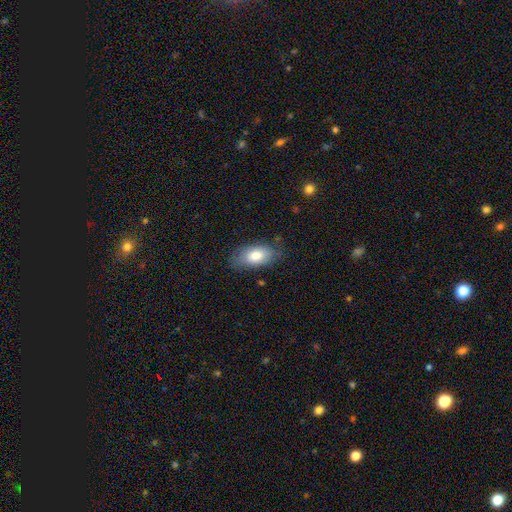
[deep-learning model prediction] Smooth or featured? Predicted: smooth (p=0.78). How rounded? Predicted: in between (p=0.92). Merging? Predicted: none (p=0.77).